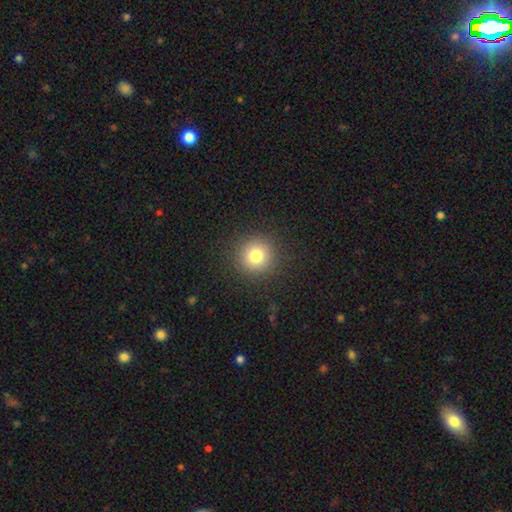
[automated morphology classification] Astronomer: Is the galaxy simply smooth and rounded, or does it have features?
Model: smooth — 79%.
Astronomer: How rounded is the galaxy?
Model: round — 94%.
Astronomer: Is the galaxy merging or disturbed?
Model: none — 90%.